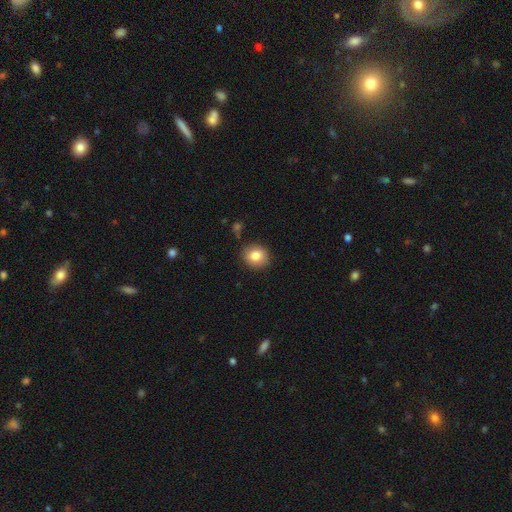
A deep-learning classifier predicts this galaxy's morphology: smooth 83%, star or artifact 9%, featured or disk 8%. Down the decision tree: how rounded — round (78%); merging — none (85%).